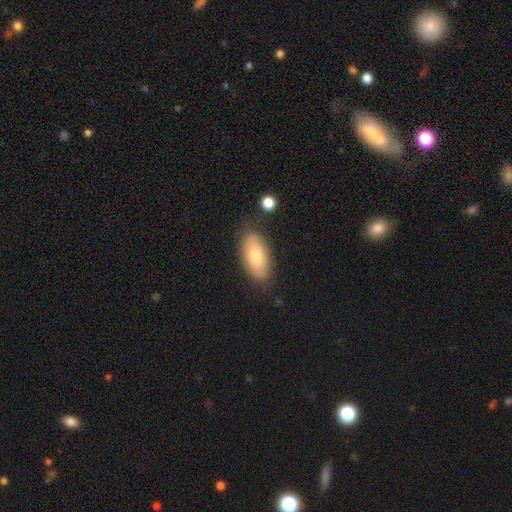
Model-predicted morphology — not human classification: This is likely a smooth galaxy (74%). How rounded: clearly in between (92%). Merging: likely none (77%).